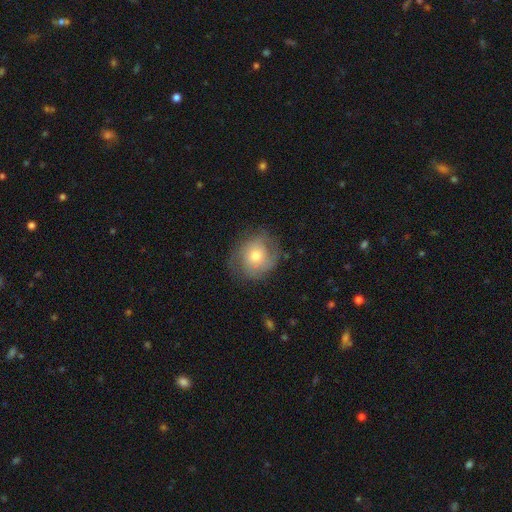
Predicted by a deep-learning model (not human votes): Smooth or featured?
  - featured or disk: 54% *
  - smooth: 38%
  - star or artifact: 8%
Edge-on disk?
  - no: 97% *
  - yes: 3%
Bar?
  - no: 82% *
  - weak: 16%
  - strong: 3%
Spiral arms?
  - yes: 82% *
  - no: 18%
Bulge size?
  - moderate: 62% *
  - small: 30%
  - large: 6%
  - none: 1%
  - dominant: 1%
Merging?
  - none: 72% *
  - minor disturbance: 19%
  - major disturbance: 8%
  - merger: 1%